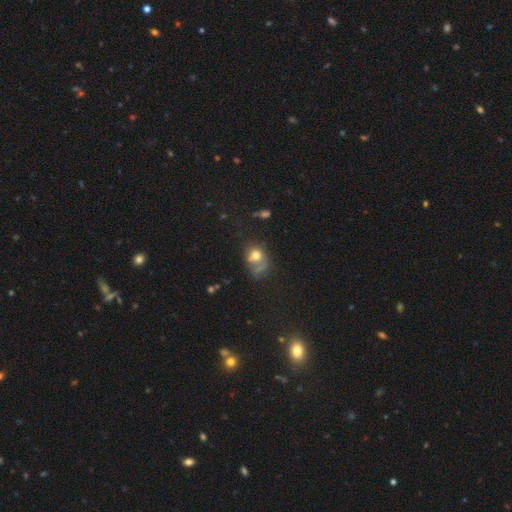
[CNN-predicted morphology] Smooth or featured?
  - smooth: 67% *
  - featured or disk: 20%
  - star or artifact: 13%
How rounded?
  - round: 51% *
  - in between: 47%
  - cigar-shaped: 1%
Merging?
  - none: 33% *
  - merger: 23%
  - major disturbance: 22%
  - minor disturbance: 22%